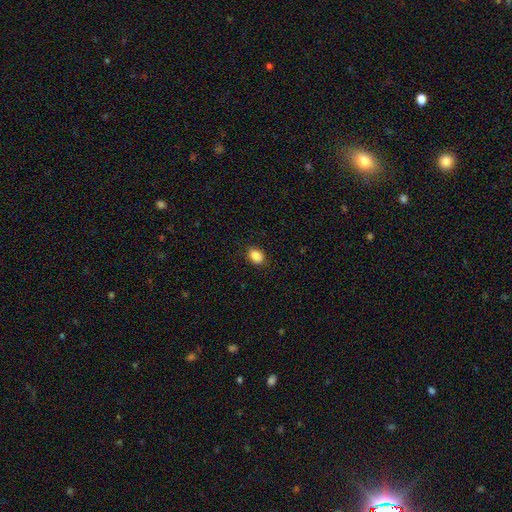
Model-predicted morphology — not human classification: smooth_or_featured: smooth (p=0.87) [alt: star or artifact p=0.09]
how_rounded: in between (p=0.68) [alt: round p=0.30]
merging: none (p=0.87) [alt: minor disturbance p=0.09]